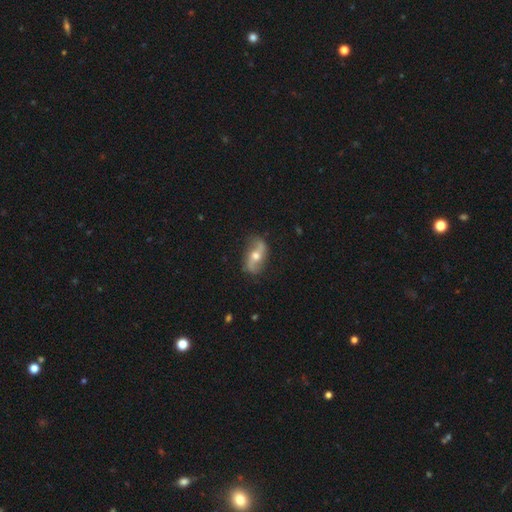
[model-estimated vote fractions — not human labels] A featured or disk galaxy (78%) with no bar (44%), 2 (93%) loose (83%) spiral arms (87%) and a moderate central bulge (73%).

Vote fractions:
- Smooth or featured? featured or disk: 78% / smooth: 16% / star or artifact: 6%
- Edge-on disk? no: 89% / yes: 11%
- Bar? no: 44% / weak: 31% / strong: 25%
- Spiral arms? yes: 87% / no: 13%
- Spiral winding? loose: 83% / medium: 13% / tight: 5%
- Spiral arm count? 2: 93% / can't tell: 3% / 1: 2% / 3: 1% / 4: 1% / more than 4: 1%
- Bulge size? moderate: 73% / small: 17% / large: 7% / none: 1% / dominant: 1%
- Merging? none: 80% / minor disturbance: 14% / major disturbance: 4% / merger: 2%